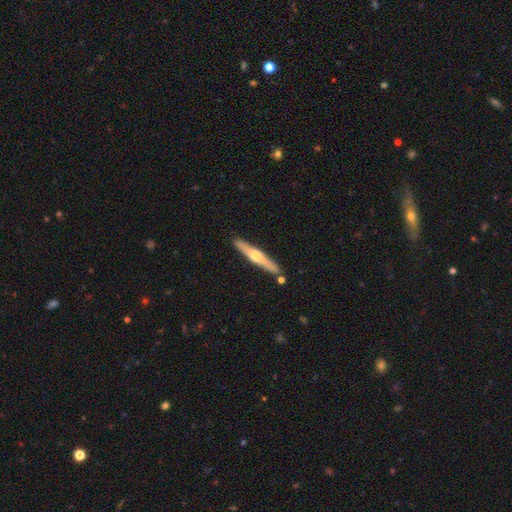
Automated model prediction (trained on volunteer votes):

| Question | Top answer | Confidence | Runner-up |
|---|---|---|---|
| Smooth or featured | featured or disk | 62% | smooth (33%) |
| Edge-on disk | yes | 96% | no (4%) |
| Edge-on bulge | rounded | 90% | none (5%) |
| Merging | none | 86% | minor disturbance (9%) |